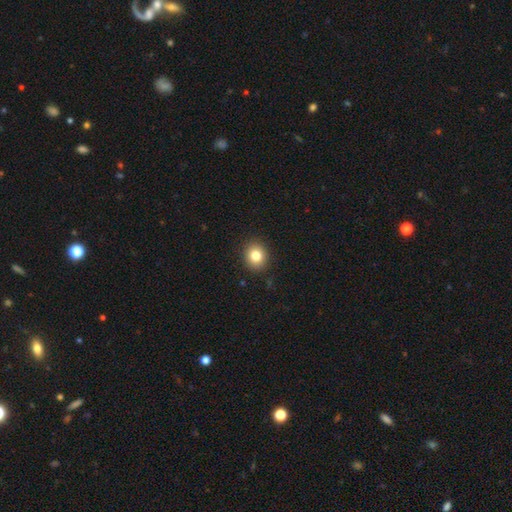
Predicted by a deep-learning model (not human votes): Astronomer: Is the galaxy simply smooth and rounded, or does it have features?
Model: smooth — 82%.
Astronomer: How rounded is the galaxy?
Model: round — 77%.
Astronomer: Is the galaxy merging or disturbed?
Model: none — 91%.